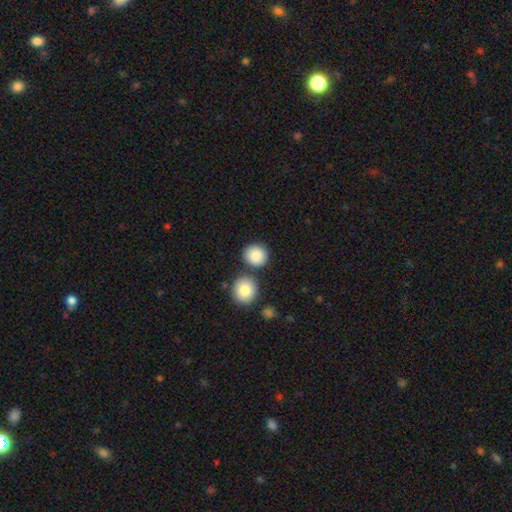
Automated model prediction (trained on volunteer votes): The model was most divided on "merging": none: 77%, merger: 10%, minor disturbance: 9%, major disturbance: 3%. More confident: how rounded — round (89%); smooth or featured — smooth (87%).